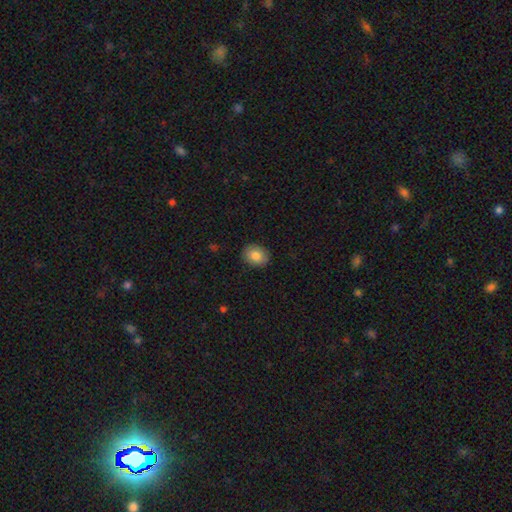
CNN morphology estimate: Q: Smooth or featured?
A: smooth (83%); runner-up: featured or disk (9%)
Q: How rounded?
A: round (52%); runner-up: in between (47%)
Q: Merging?
A: none (89%); runner-up: minor disturbance (8%)